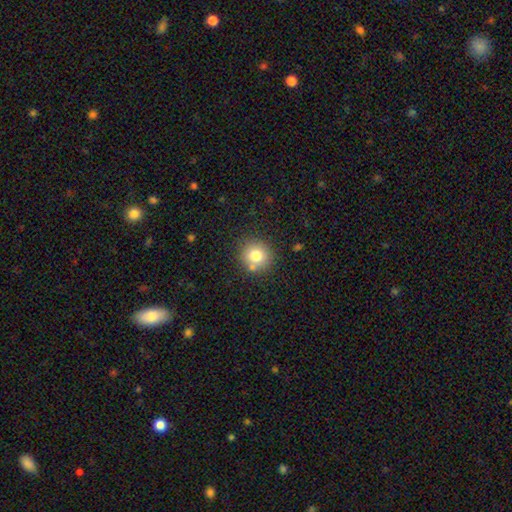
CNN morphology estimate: Smooth or featured?
  - smooth: 78% *
  - star or artifact: 11%
  - featured or disk: 11%
How rounded?
  - round: 90% *
  - in between: 9%
  - cigar-shaped: 1%
Merging?
  - none: 78% *
  - minor disturbance: 11%
  - merger: 8%
  - major disturbance: 3%